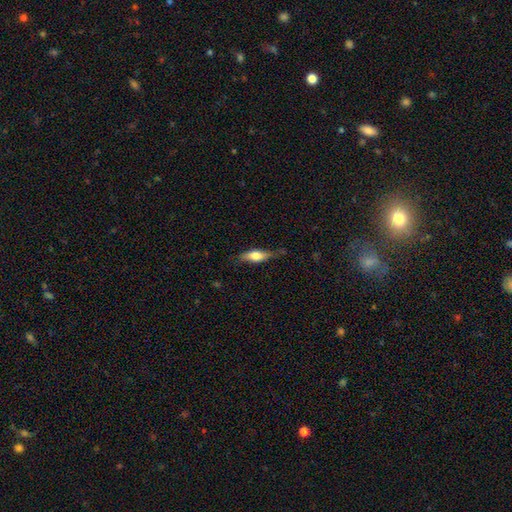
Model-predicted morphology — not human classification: type=smooth (60%); roundness=in between (60%); merging=none (61%).